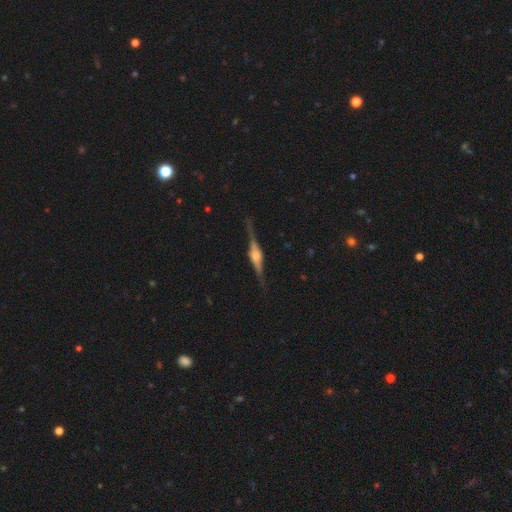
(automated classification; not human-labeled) Morphology: type=featured or disk (85%); edge-on=yes (98%); edge-on bulge=rounded (82%); merging=none (86%).